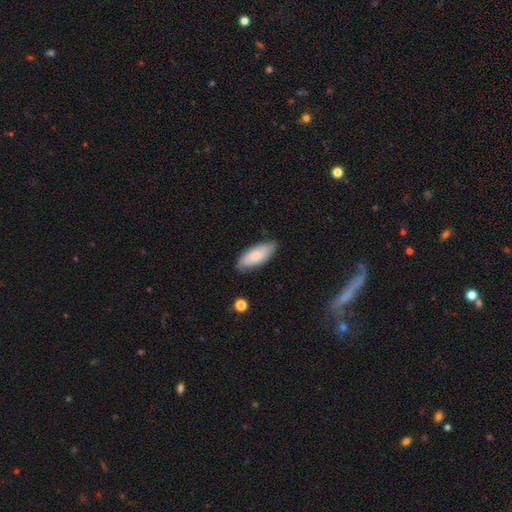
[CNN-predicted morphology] This is likely a smooth galaxy (77%). How rounded: clearly in between (80%). Merging: likely none (79%).